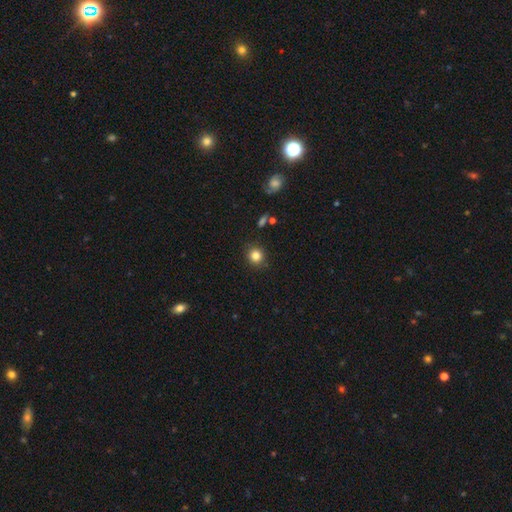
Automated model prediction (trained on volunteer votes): Morphology: type=smooth (83%); roundness=round (89%); merging=none (89%).